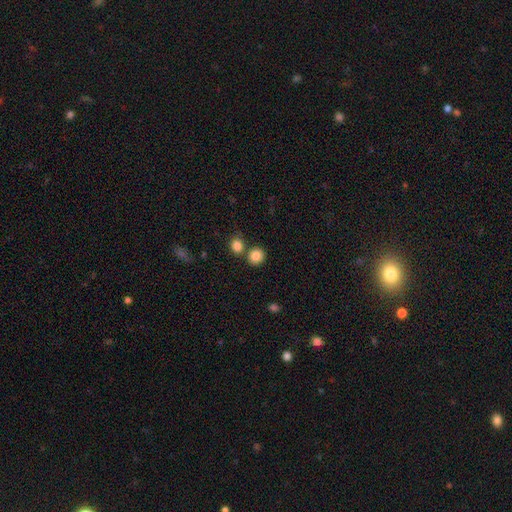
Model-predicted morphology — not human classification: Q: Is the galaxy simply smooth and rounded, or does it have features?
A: smooth — 85%.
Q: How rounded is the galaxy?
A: round — 85%.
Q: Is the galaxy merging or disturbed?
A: none — 73%.